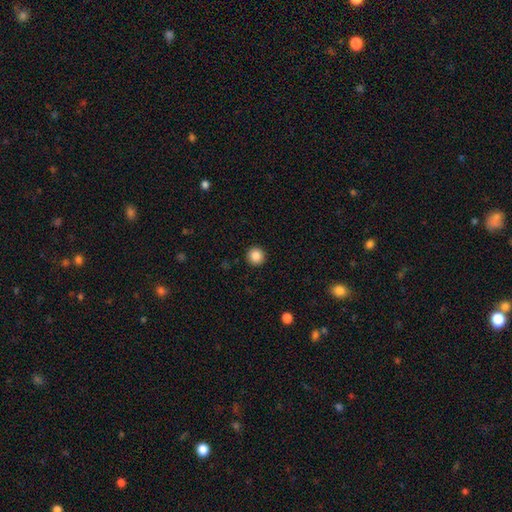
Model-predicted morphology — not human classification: Smooth or featured?
  - smooth: 86% *
  - star or artifact: 10%
  - featured or disk: 4%
How rounded?
  - round: 95% *
  - in between: 4%
  - cigar-shaped: 1%
Merging?
  - none: 93% *
  - minor disturbance: 4%
  - major disturbance: 2%
  - merger: 1%